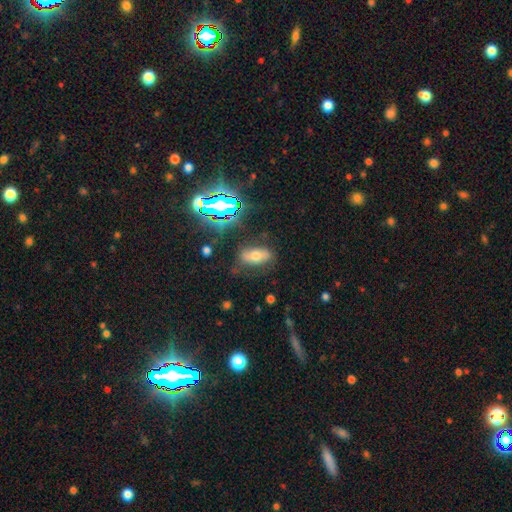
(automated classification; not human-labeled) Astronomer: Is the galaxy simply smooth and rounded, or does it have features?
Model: smooth — 52%.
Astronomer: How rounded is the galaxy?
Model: in between — 85%.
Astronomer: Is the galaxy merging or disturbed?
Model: none — 72%.